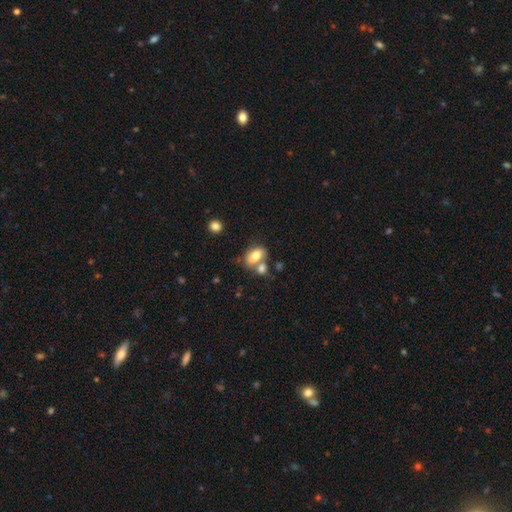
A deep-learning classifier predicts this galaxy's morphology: This appears to be a smooth galaxy with no disk features (74%) that is in between round and cigar-shaped (86%). Merging: none (41%, tied with merger).